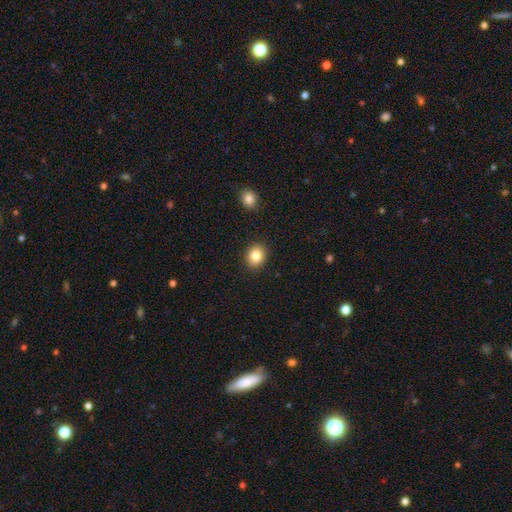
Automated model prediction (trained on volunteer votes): Overall: smooth (84%). How rounded: round (63%; in between 36%). Merging: none (90%).